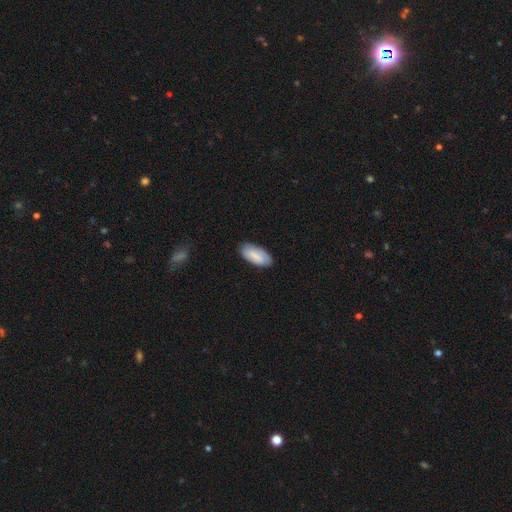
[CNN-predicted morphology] Smooth or featured: smooth — 82% (featured or disk — 12%)
How rounded: in between — 90% (cigar-shaped — 8%)
Merging: none — 82% (minor disturbance — 14%)